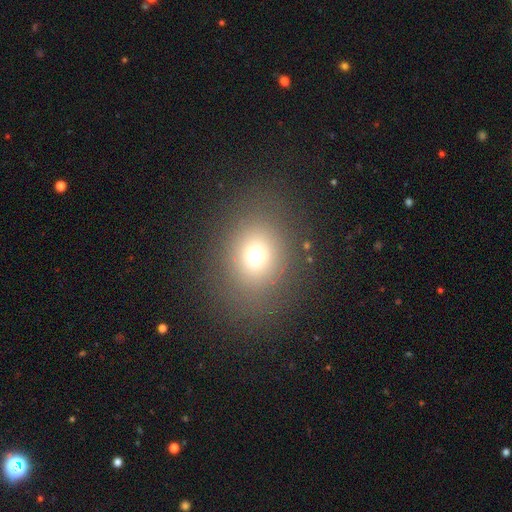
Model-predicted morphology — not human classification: Smooth or featured?
  - smooth: 69% *
  - star or artifact: 18%
  - featured or disk: 12%
How rounded?
  - round: 55% *
  - in between: 44%
  - cigar-shaped: 1%
Merging?
  - none: 83% *
  - minor disturbance: 9%
  - major disturbance: 6%
  - merger: 1%